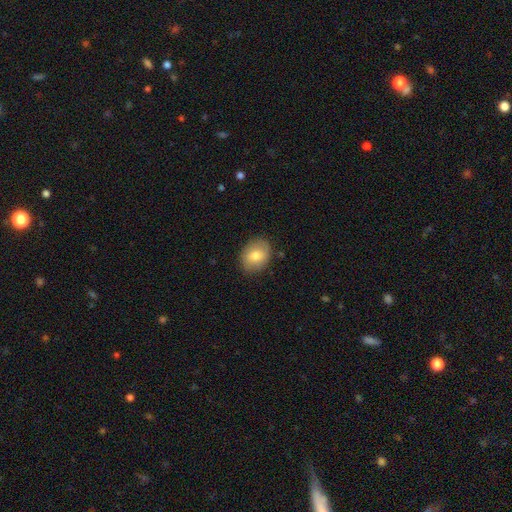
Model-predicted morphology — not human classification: Smooth or featured?
  - smooth: 74% *
  - featured or disk: 18%
  - star or artifact: 8%
How rounded?
  - in between: 59% *
  - round: 40%
  - cigar-shaped: 1%
Merging?
  - none: 83% *
  - minor disturbance: 13%
  - major disturbance: 3%
  - merger: 1%